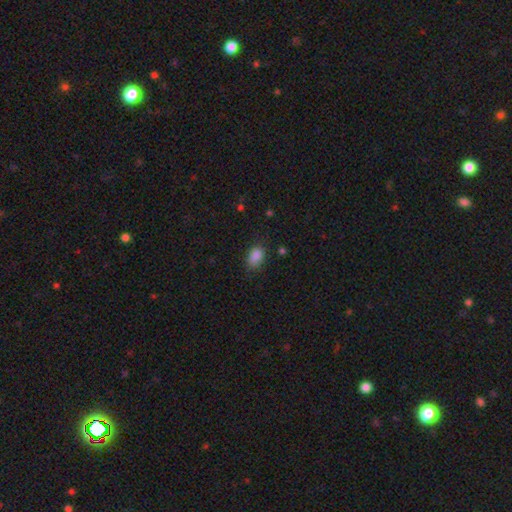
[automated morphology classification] smooth 87%, star or artifact 10%, featured or disk 4%. Down the decision tree: how rounded — in between (84%); merging — none (76%).